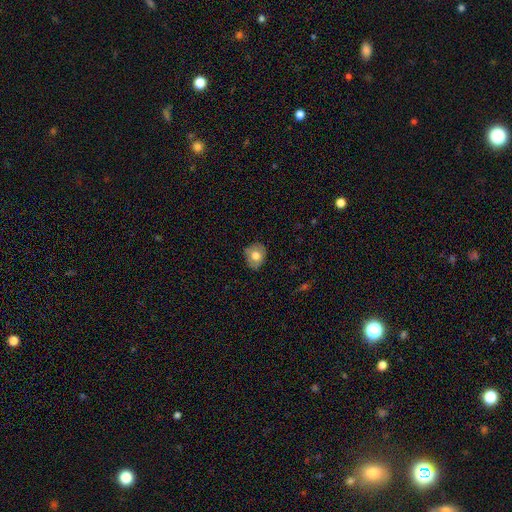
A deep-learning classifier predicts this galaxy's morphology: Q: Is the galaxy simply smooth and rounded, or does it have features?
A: smooth — 71%.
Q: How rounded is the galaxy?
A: round — 61%.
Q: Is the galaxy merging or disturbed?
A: none — 80%.